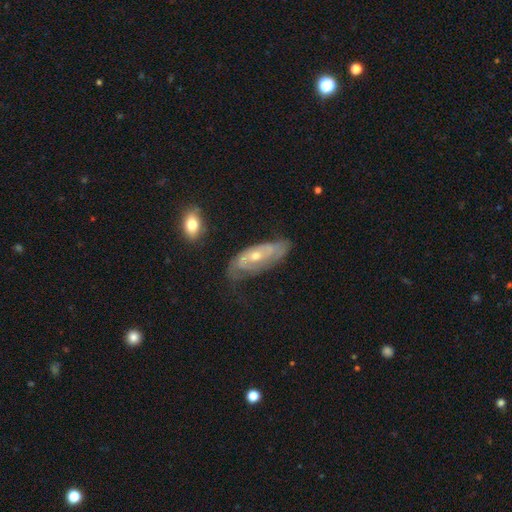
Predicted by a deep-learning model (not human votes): smooth-or-featured: featured or disk: 74% | smooth: 19% | star or artifact: 7%
  disk-edge-on: no: 86% | yes: 14%
    bar: no: 67% | weak: 26% | strong: 7%
    has-spiral-arms: yes: 80% | no: 20%
      spiral-winding: tight: 53% | medium: 33% | loose: 14%
      spiral-arm-count: can't tell: 43% | 2: 41% | 1: 6% | 3: 5% | 4: 2% | more than 4: 2%
    bulge-size: small: 49% | moderate: 48% | large: 2% | none: 1% | dominant: 1%
  merging: none: 56% | minor disturbance: 28% | major disturbance: 13% | merger: 2%